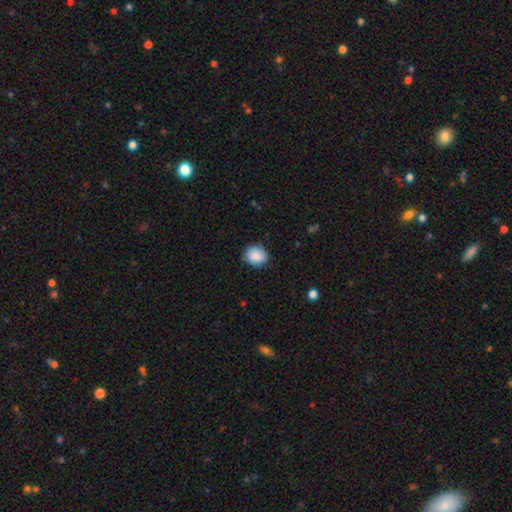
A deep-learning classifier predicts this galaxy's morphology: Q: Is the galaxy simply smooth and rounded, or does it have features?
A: smooth — 87%.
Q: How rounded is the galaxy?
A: round — 65%.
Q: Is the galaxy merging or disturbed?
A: none — 79%.